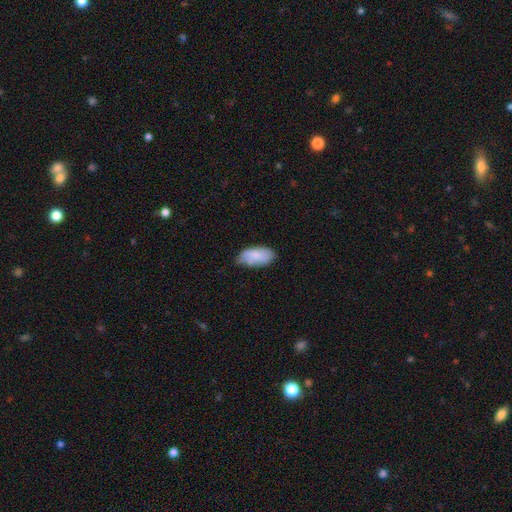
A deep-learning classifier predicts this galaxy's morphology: Smooth or featured? Predicted: smooth (p=0.80). How rounded? Predicted: in between (p=0.94). Merging? Predicted: none (p=0.66).